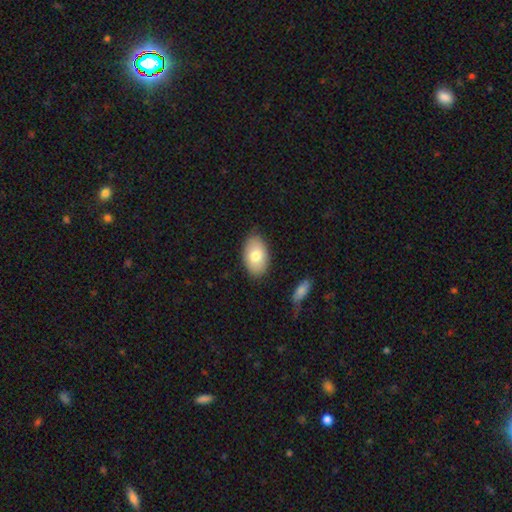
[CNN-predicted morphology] Smooth or featured?
  - smooth: 78% *
  - featured or disk: 15%
  - star or artifact: 6%
How rounded?
  - in between: 93% *
  - round: 5%
  - cigar-shaped: 1%
Merging?
  - none: 83% *
  - minor disturbance: 13%
  - major disturbance: 2%
  - merger: 2%